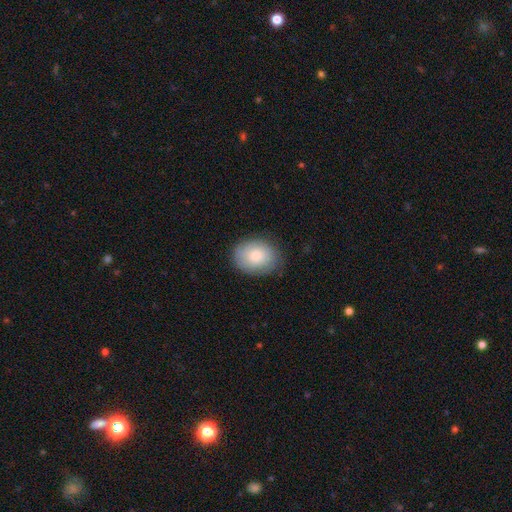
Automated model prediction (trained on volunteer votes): Smooth or featured? Predicted: smooth (p=0.71). How rounded? Predicted: in between (p=0.62). Merging? Predicted: none (p=0.81).